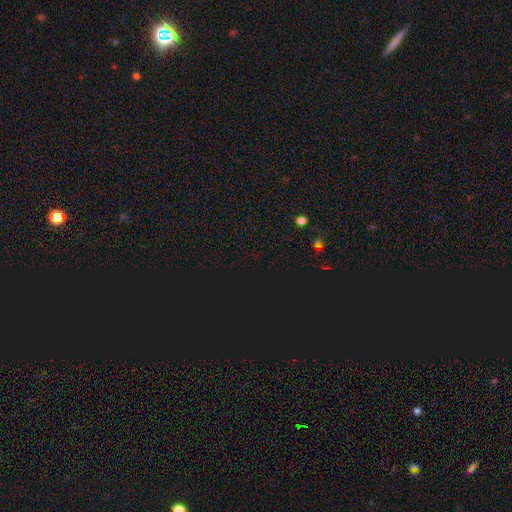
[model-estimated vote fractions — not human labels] This appears to be a star or artifact, not a galaxy (75%).